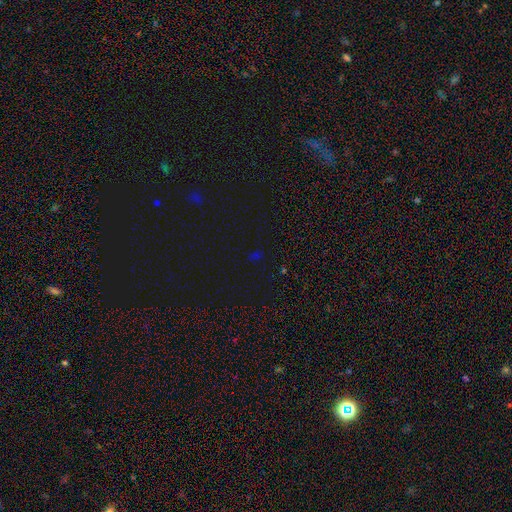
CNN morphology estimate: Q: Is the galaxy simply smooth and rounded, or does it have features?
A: star or artifact — 65%.